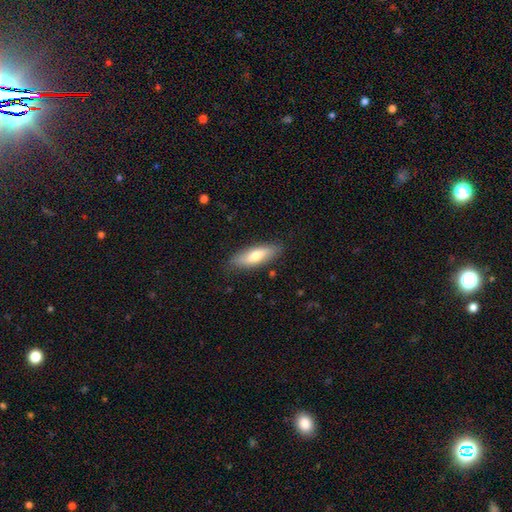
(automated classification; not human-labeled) Morphology: type=smooth (67%); roundness=in between (61%); merging=none (83%).